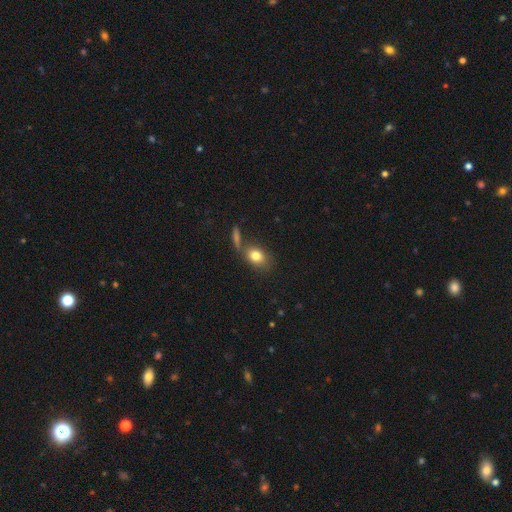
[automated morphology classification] smooth 80%, featured or disk 11%, star or artifact 9%. Down the decision tree: how rounded — in between (72%); merging — none (61%).